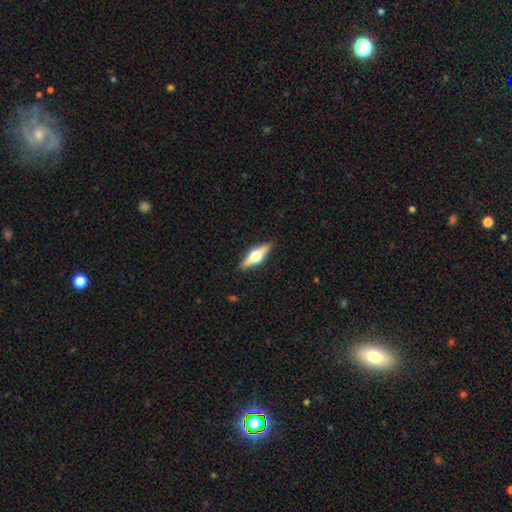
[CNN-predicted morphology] Smooth or featured? Predicted: featured or disk (p=0.71). Edge-on disk? Predicted: yes (p=0.97). Edge-on bulge? Predicted: rounded (p=0.96). Merging? Predicted: none (p=0.90).